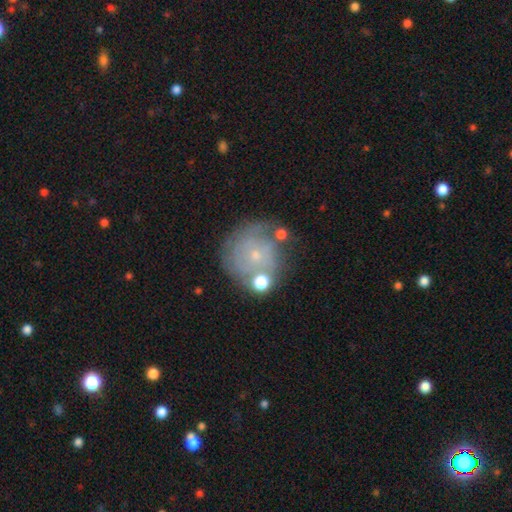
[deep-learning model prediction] Smooth or featured? Predicted: featured or disk (p=0.54). Edge-on disk? Predicted: no (p=0.98). Bar? Predicted: no (p=0.82). Spiral arms? Predicted: yes (p=0.65). Bulge size? Predicted: small (p=0.78). Merging? Predicted: none (p=0.59).